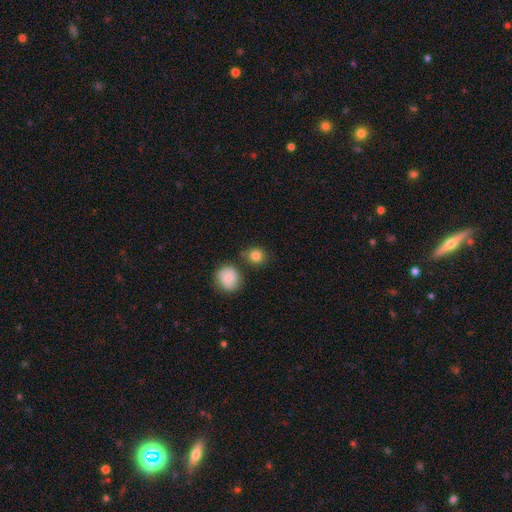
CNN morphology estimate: The model was most divided on "merging": none: 74%, minor disturbance: 13%, merger: 10%, major disturbance: 3%. More confident: smooth or featured — smooth (84%); how rounded — round (81%).